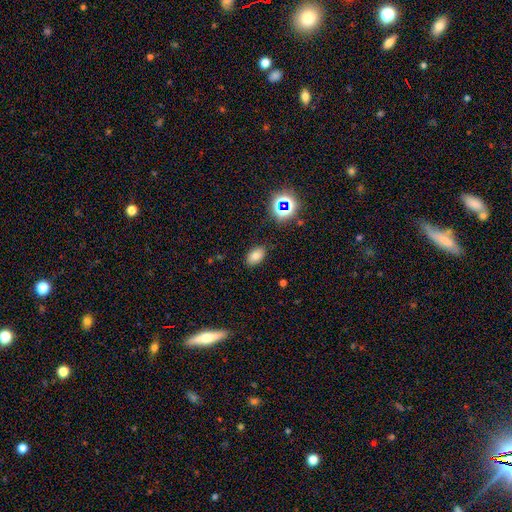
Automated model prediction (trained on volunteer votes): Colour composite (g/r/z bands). It shows a smooth galaxy with no disk features (74%) that is in between round and cigar-shaped (89%). Merging: none (85%).